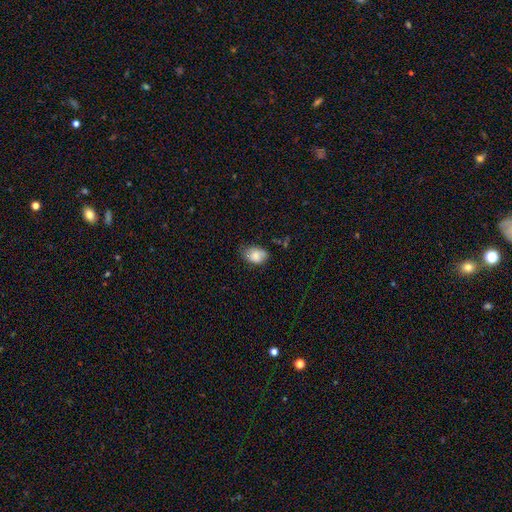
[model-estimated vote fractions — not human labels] smooth-or-featured: smooth: 79% | featured or disk: 13% | star or artifact: 8%
  how-rounded: in between: 83% | round: 16% | cigar-shaped: 1%
  merging: none: 63% | minor disturbance: 29% | major disturbance: 6% | merger: 2%